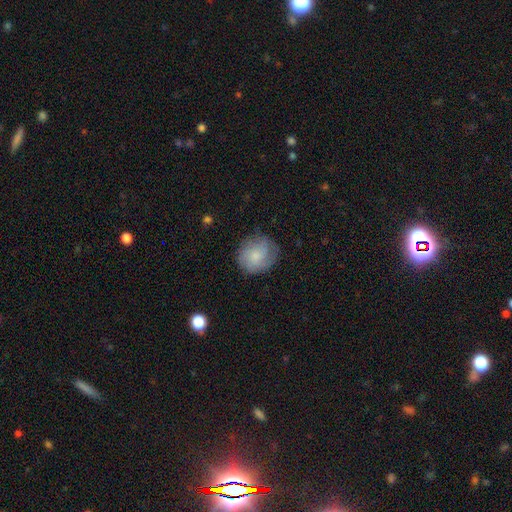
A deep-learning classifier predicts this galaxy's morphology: smooth 57%, featured or disk 35%, star or artifact 8%. Down the decision tree: how rounded — round (82%); merging — none (75%).